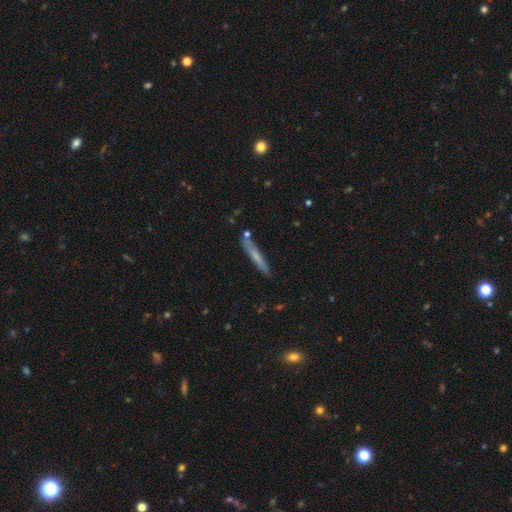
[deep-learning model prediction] Morphology: type=smooth (59%); roundness=cigar-shaped (94%); merging=none (79%).